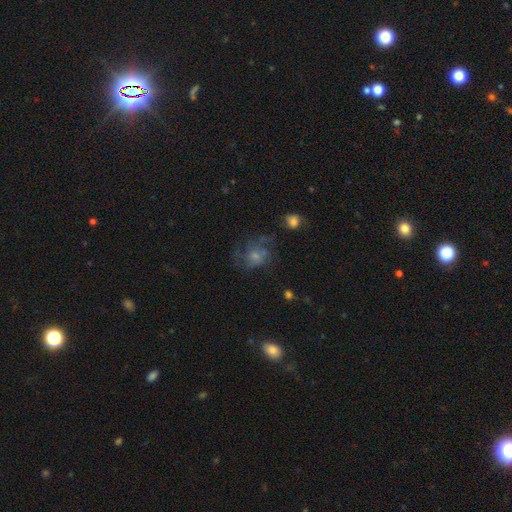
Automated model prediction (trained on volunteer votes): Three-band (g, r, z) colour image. It shows a featured or disk galaxy (51%). Merging: none (45%).